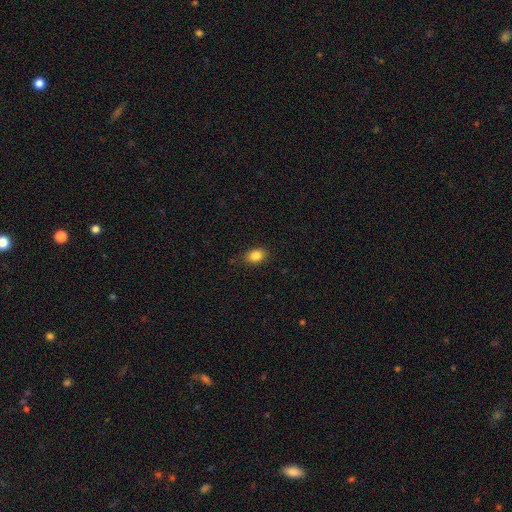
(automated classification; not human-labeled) smooth 85%, star or artifact 9%, featured or disk 6%. Down the decision tree: how rounded — in between (71%); merging — none (85%).